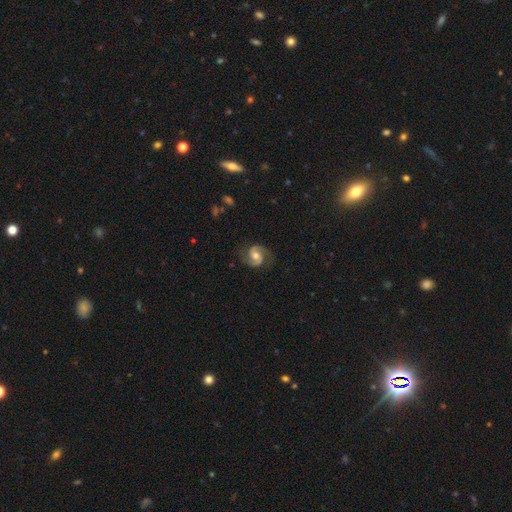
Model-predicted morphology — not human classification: type=featured or disk (87%); edge-on=no (98%); bar=no (50%); spiral arms=yes (97%); winding=medium (58%); arm count=2 (94%); bulge=moderate (70%); merging=none (82%).